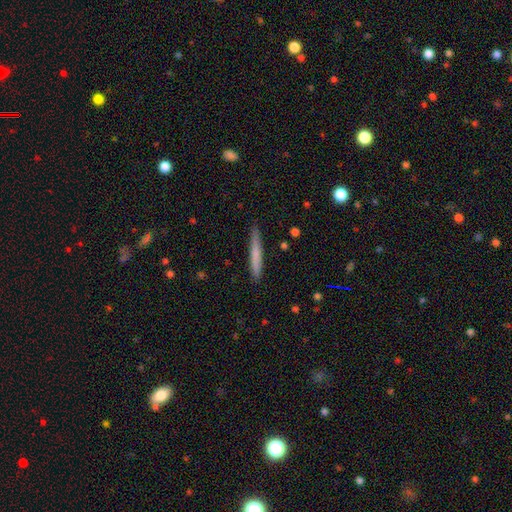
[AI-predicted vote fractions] Q: Smooth or featured?
A: smooth (67%); runner-up: featured or disk (27%)
Q: How rounded?
A: cigar-shaped (96%); runner-up: in between (2%)
Q: Merging?
A: none (89%); runner-up: minor disturbance (9%)